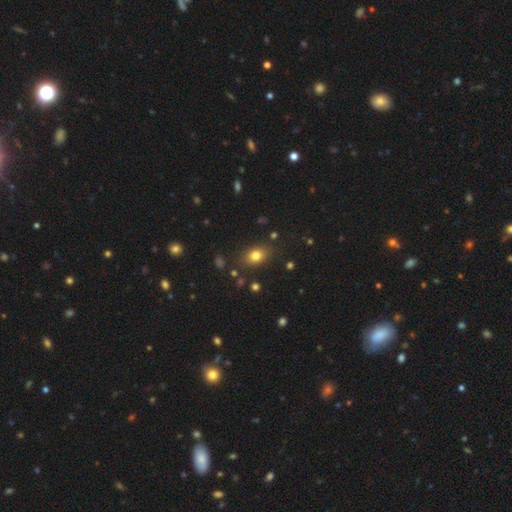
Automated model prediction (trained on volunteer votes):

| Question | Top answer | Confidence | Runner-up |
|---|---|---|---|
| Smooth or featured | smooth | 79% | star or artifact (12%) |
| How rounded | in between | 69% | round (30%) |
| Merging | none | 82% | minor disturbance (12%) |